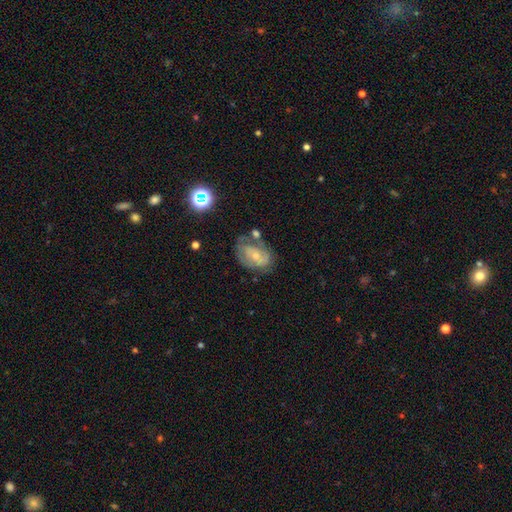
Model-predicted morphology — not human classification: featured or disk 58%, smooth 33%, star or artifact 9%. Down the decision tree: edge-on disk — no (96%); bar — no (61%); spiral arms — yes (68%); bulge size — small (58%); merging — none (46%).